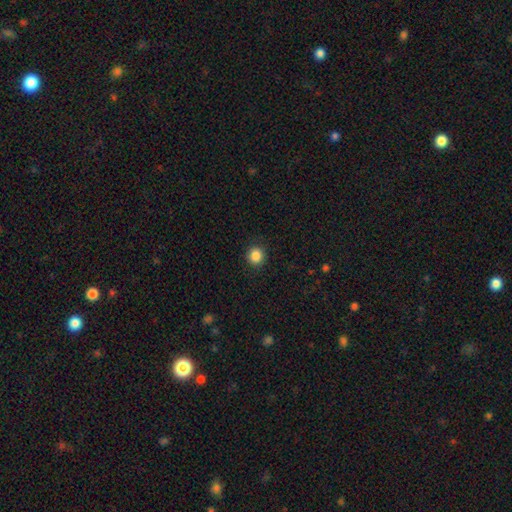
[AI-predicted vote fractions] Smooth or featured? Predicted: smooth (p=0.86). How rounded? Predicted: round (p=0.91). Merging? Predicted: none (p=0.92).